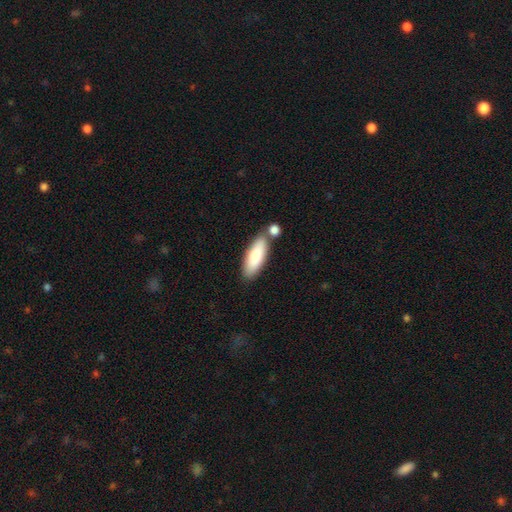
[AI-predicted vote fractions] Smooth or featured: smooth — 83% (featured or disk — 12%)
How rounded: in between — 67% (cigar-shaped — 31%)
Merging: none — 66% (merger — 18%)